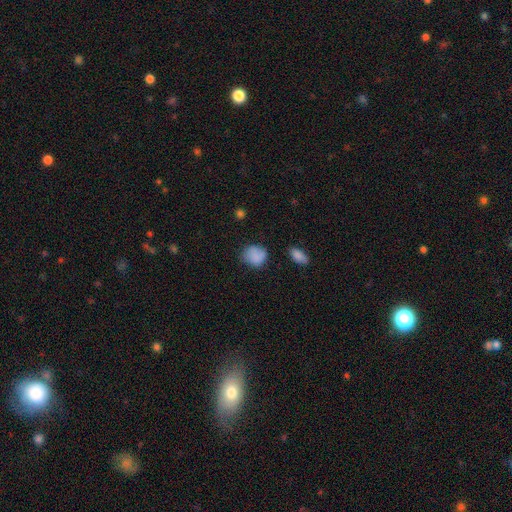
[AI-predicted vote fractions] Q: Smooth or featured?
A: smooth (85%); runner-up: star or artifact (9%)
Q: How rounded?
A: round (69%); runner-up: in between (30%)
Q: Merging?
A: none (66%); runner-up: minor disturbance (25%)